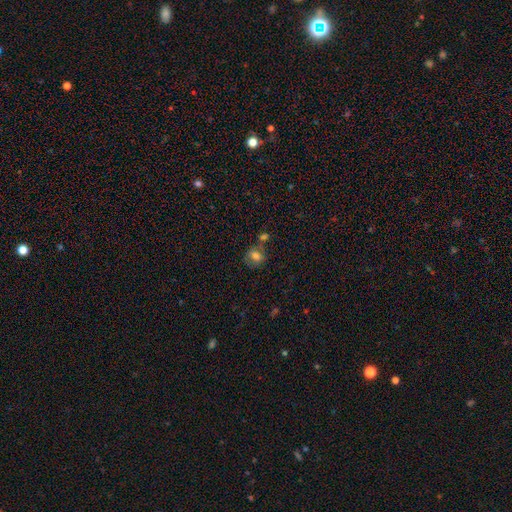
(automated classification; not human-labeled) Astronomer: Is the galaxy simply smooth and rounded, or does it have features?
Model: smooth — 75%.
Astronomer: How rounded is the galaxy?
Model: round — 66%.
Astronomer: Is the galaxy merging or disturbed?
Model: none — 58%.